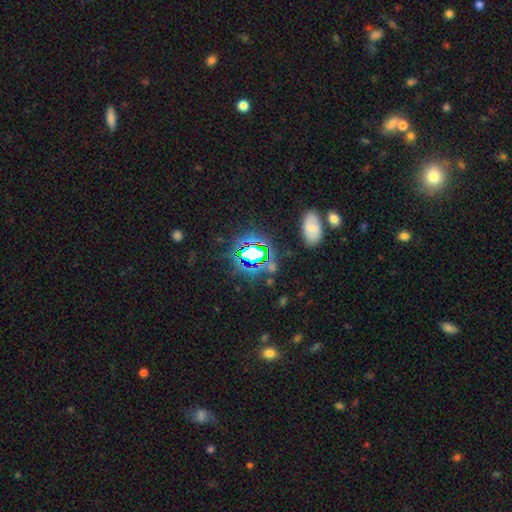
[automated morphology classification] This appears to be a star or artifact, not a galaxy (68%).